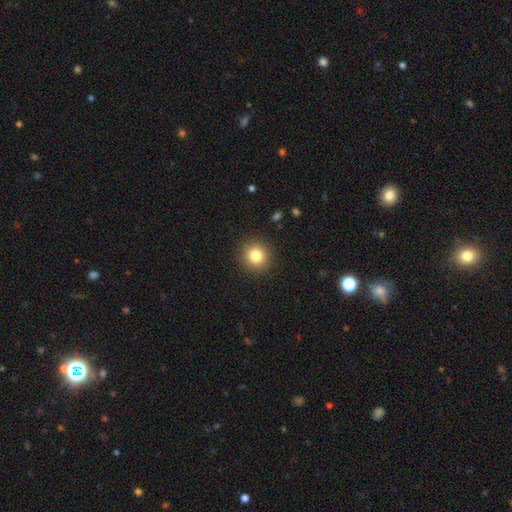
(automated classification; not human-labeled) The model was most divided on "smooth or featured": smooth: 81%, star or artifact: 11%, featured or disk: 7%. More confident: how rounded — round (94%); merging — none (91%).